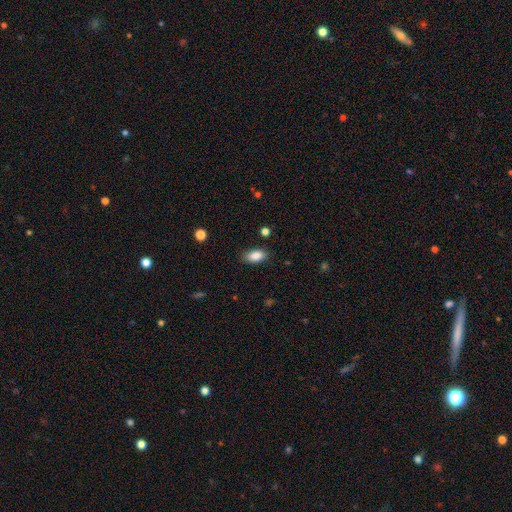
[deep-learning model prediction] Smooth or featured?
  - smooth: 86% *
  - star or artifact: 8%
  - featured or disk: 6%
How rounded?
  - in between: 90% *
  - cigar-shaped: 5%
  - round: 4%
Merging?
  - none: 84% *
  - minor disturbance: 12%
  - major disturbance: 3%
  - merger: 1%